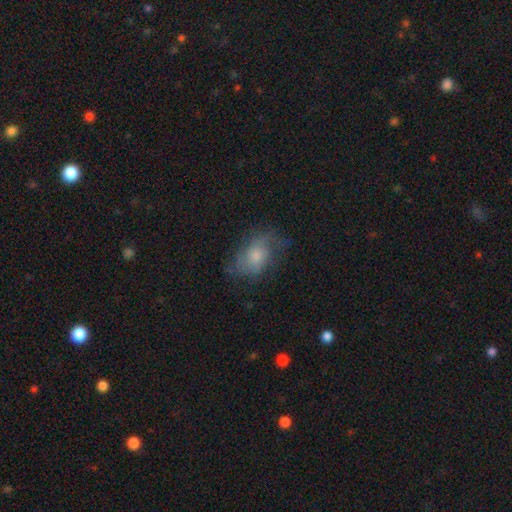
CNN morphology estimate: A featured or disk galaxy (48%). Merging: none (58%).